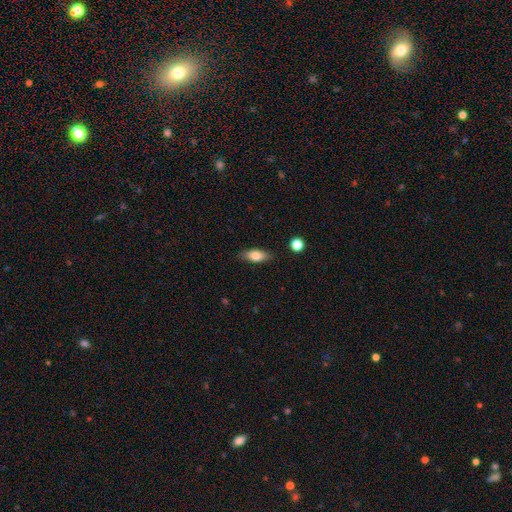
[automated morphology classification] A smooth galaxy with no disk features (79%) that is in between round and cigar-shaped (78%). Merging: none (84%).